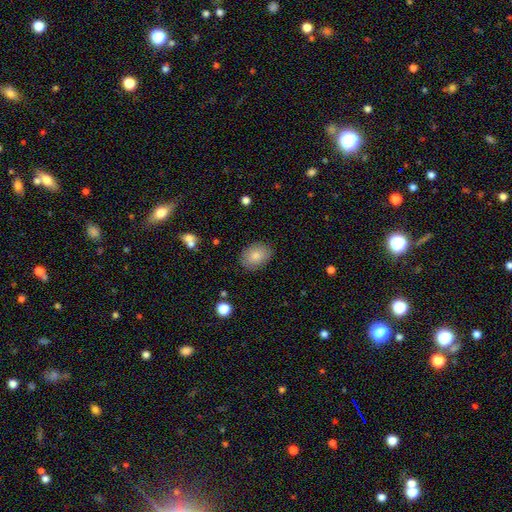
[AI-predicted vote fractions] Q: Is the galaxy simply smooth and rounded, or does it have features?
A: smooth — 82%.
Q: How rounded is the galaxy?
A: in between — 76%.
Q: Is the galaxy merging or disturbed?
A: none — 84%.